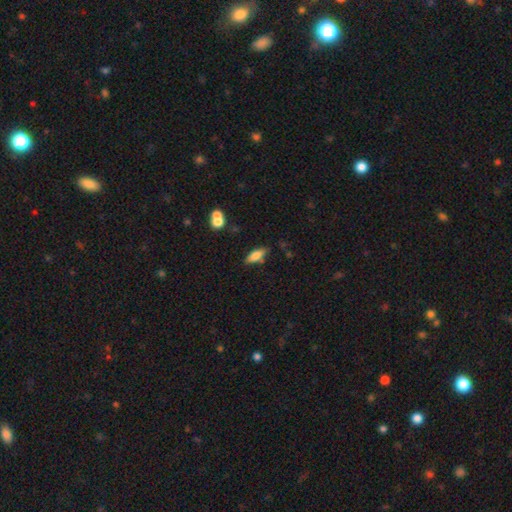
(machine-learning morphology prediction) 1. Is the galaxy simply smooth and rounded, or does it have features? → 70% smooth, 22% featured or disk, 8% star or artifact.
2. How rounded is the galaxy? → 63% in between, 35% cigar-shaped, 3% round.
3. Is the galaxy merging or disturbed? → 75% none, 15% minor disturbance, 6% merger, 4% major disturbance.